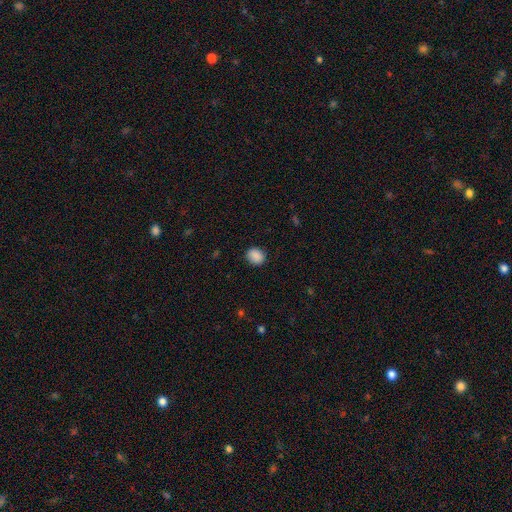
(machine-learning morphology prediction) Q: Smooth or featured?
A: smooth (88%); runner-up: star or artifact (8%)
Q: How rounded?
A: round (56%); runner-up: in between (43%)
Q: Merging?
A: none (85%); runner-up: minor disturbance (11%)